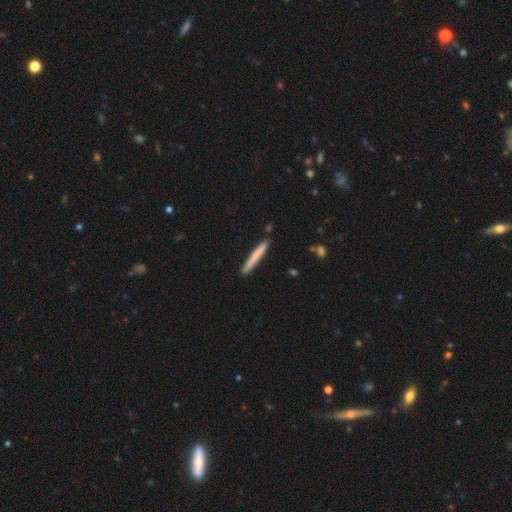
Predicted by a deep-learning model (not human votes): smooth_or_featured: smooth (p=0.73) [alt: featured or disk p=0.22]
how_rounded: cigar-shaped (p=0.97) [alt: in between p=0.02]
merging: none (p=0.90) [alt: minor disturbance p=0.07]